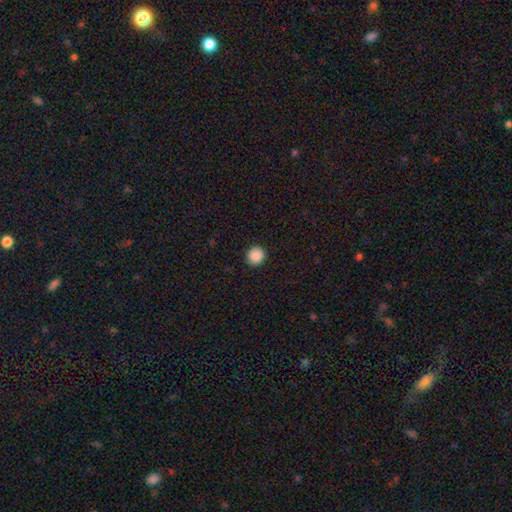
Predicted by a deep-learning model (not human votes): Smooth or featured?
  - smooth: 88% *
  - star or artifact: 9%
  - featured or disk: 4%
How rounded?
  - round: 90% *
  - in between: 9%
  - cigar-shaped: 1%
Merging?
  - none: 91% *
  - minor disturbance: 6%
  - major disturbance: 2%
  - merger: 1%